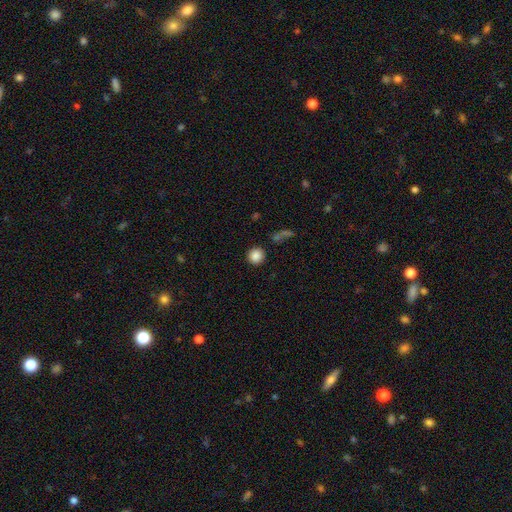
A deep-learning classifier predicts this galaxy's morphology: A smooth galaxy with no disk features (86%) that is round (92%). Merging: none (87%).